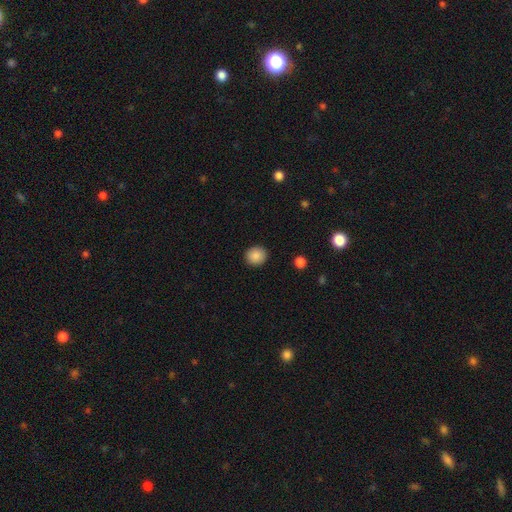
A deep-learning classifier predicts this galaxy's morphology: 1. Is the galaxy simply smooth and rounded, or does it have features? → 88% smooth, 9% star or artifact, 3% featured or disk.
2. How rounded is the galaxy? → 83% round, 16% in between, 1% cigar-shaped.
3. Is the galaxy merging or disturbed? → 91% none, 6% minor disturbance, 2% major disturbance, 1% merger.